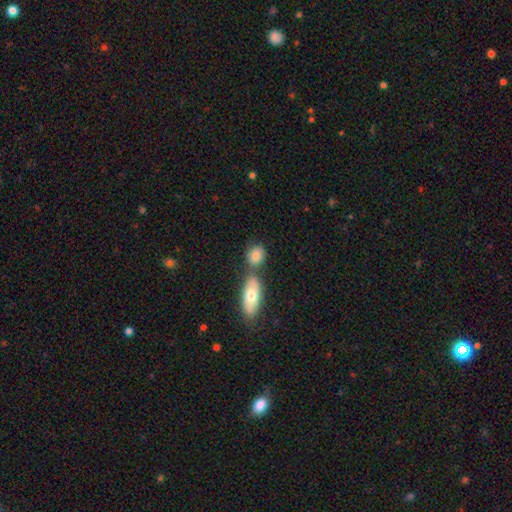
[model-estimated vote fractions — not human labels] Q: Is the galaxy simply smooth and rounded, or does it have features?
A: smooth — 80%.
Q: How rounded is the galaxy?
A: in between — 59%.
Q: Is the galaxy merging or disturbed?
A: none — 55%.